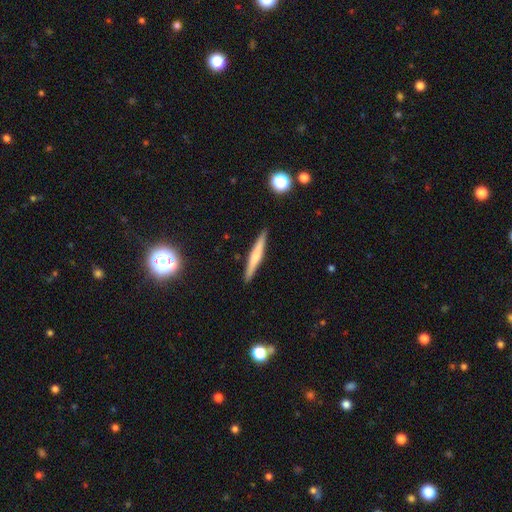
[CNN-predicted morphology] type=smooth (50%); merging=none (91%).